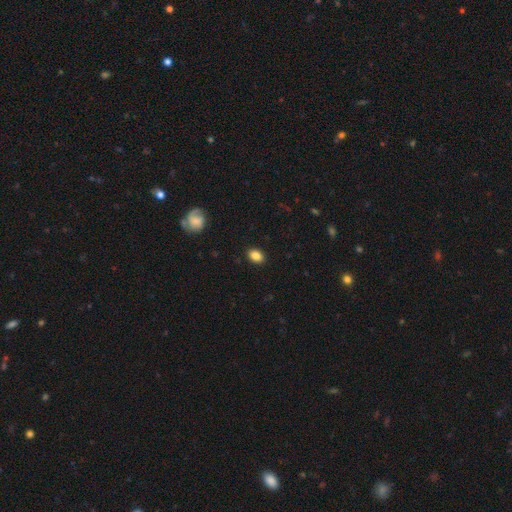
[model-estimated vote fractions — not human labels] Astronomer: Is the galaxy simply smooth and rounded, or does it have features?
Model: smooth — 86%.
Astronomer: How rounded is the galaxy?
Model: in between — 78%.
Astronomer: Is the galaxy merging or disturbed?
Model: none — 89%.